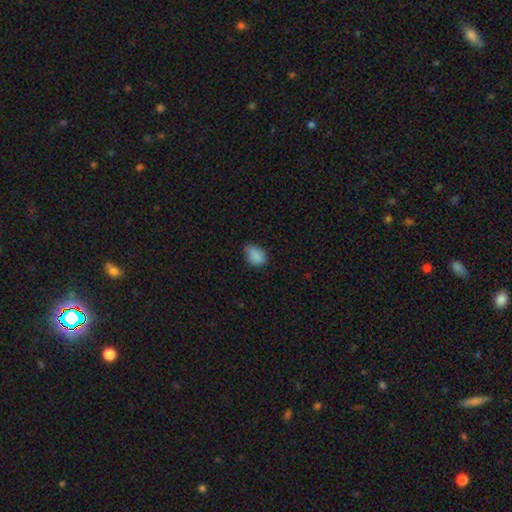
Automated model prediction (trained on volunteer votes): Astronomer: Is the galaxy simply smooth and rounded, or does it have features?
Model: smooth — 87%.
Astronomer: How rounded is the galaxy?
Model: in between — 75%.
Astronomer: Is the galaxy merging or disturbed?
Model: none — 63%.